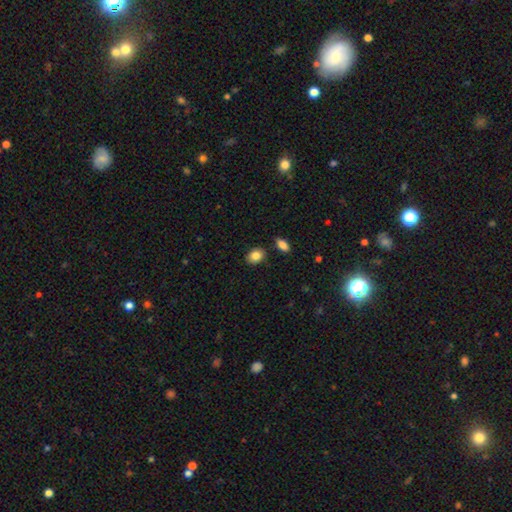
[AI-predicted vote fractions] Overall: smooth (85%). How rounded: in between (71%). Merging: none (84%).